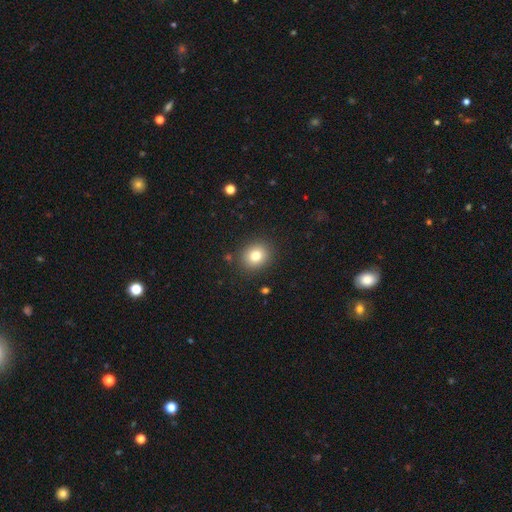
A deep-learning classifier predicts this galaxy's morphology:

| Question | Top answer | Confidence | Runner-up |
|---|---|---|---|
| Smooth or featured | smooth | 80% | star or artifact (12%) |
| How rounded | round | 74% | in between (25%) |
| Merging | none | 88% | minor disturbance (8%) |